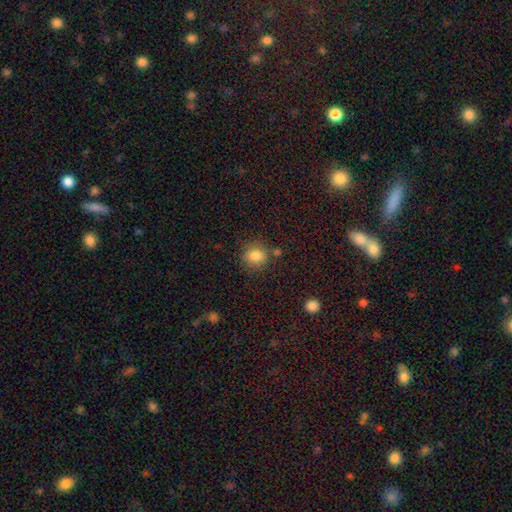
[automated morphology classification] A smooth galaxy with no disk features (84%) that is round (80%).

Vote fractions:
- Smooth or featured? smooth: 84% / star or artifact: 10% / featured or disk: 6%
- How rounded? round: 80% / in between: 19% / cigar-shaped: 1%
- Merging? none: 75% / minor disturbance: 14% / merger: 7% / major disturbance: 4%